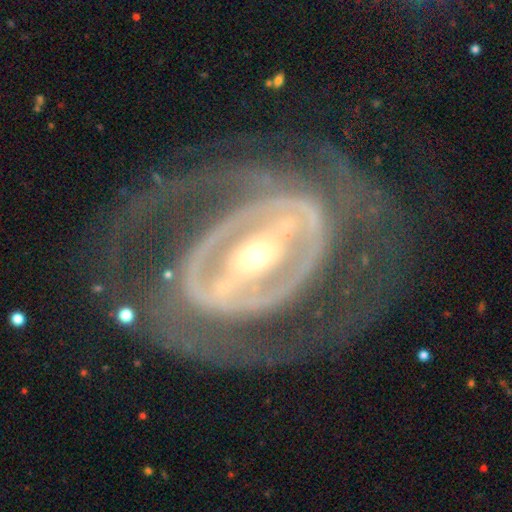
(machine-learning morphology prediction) featured or disk 90%, smooth 5%, star or artifact 5%. Down the decision tree: edge-on disk — no (94%); bar — strong (71%); spiral arms — yes (83%); spiral arm count — 2 (56%); spiral winding — tight (58%); bulge size — small (60%); merging — none (67%).